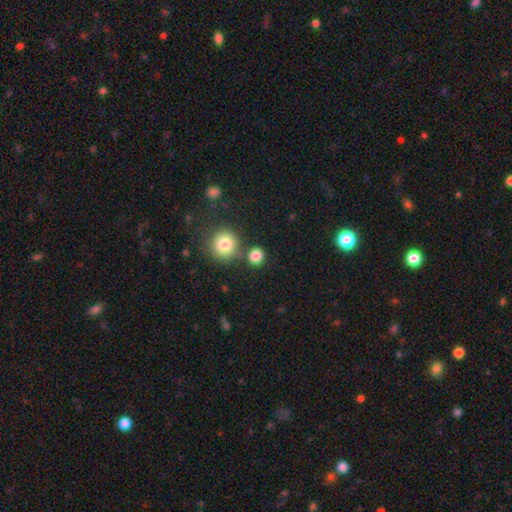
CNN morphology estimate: Overall: smooth (84%). How rounded: round (87%). Merging: none (79%).